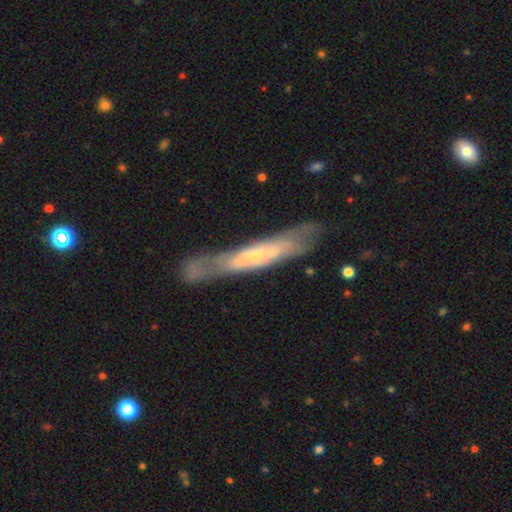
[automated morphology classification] Smooth or featured? Predicted: featured or disk (p=0.65). Edge-on disk? Predicted: yes (p=0.58). Merging? Predicted: none (p=0.64).